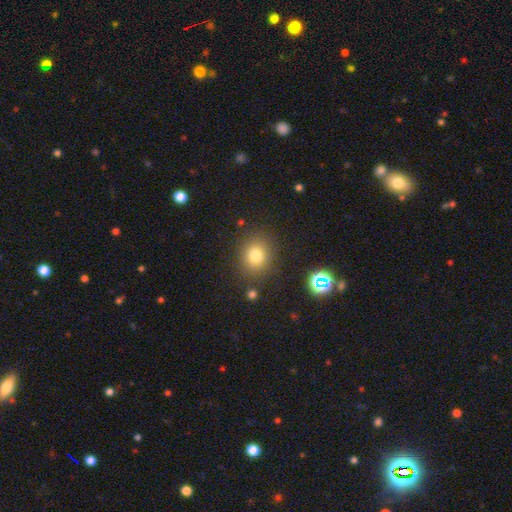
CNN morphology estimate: smooth_or_featured: smooth (p=0.78) [alt: star or artifact p=0.14]
how_rounded: round (p=0.79) [alt: in between p=0.20]
merging: none (p=0.85) [alt: minor disturbance p=0.09]